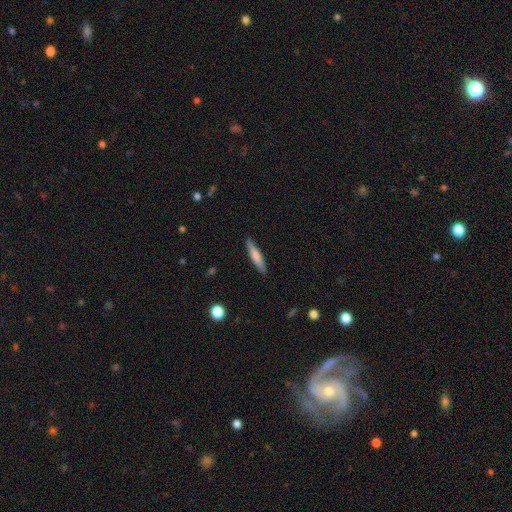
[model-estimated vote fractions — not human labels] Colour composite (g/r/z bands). It shows a smooth galaxy with no disk features (65%) that is cigar-shaped (89%). Merging: none (89%).